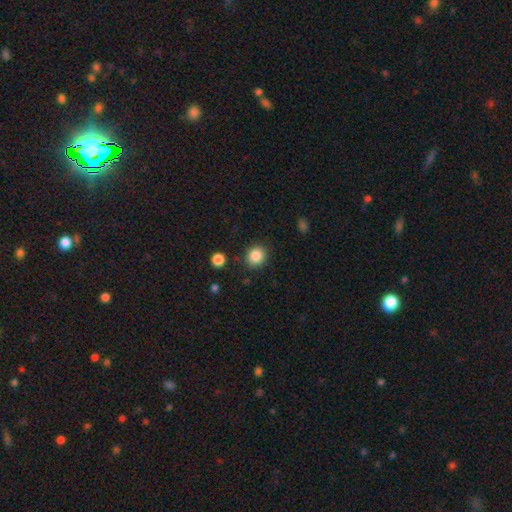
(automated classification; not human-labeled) Overall: smooth (86%). How rounded: round (78%). Merging: none (86%).